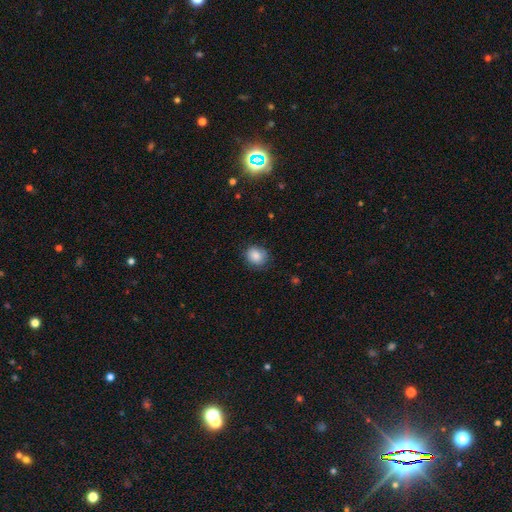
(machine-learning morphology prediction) A smooth galaxy with no disk features (82%) that is round (71%). Merging: none (75%).